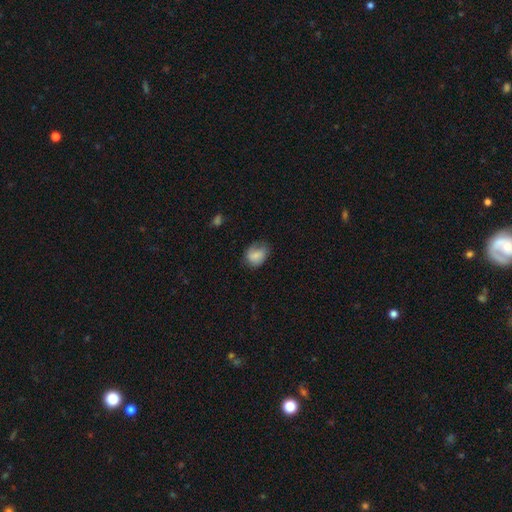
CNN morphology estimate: Smooth or featured?
  - smooth: 73% *
  - featured or disk: 19%
  - star or artifact: 8%
How rounded?
  - in between: 59% *
  - round: 40%
  - cigar-shaped: 1%
Merging?
  - none: 56% *
  - minor disturbance: 30%
  - major disturbance: 12%
  - merger: 2%